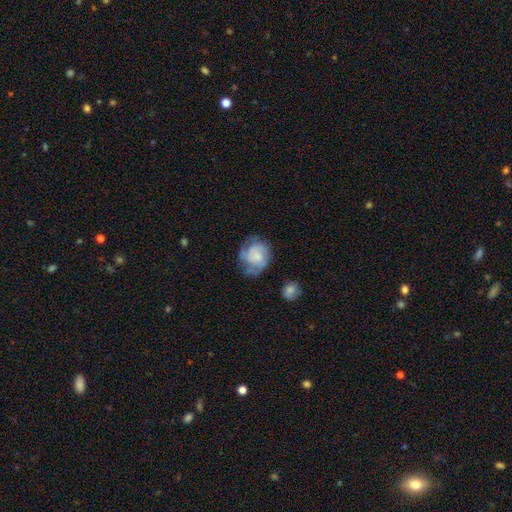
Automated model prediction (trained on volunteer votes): A featured or disk galaxy (49%).

Vote fractions:
- Smooth or featured? featured or disk: 49% / smooth: 44% / star or artifact: 7%
- Merging? none: 51% / minor disturbance: 28% / major disturbance: 18% / merger: 3%